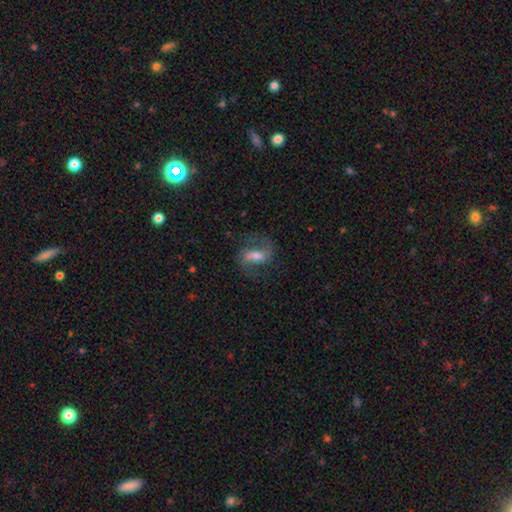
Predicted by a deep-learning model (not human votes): featured or disk 68%, smooth 22%, star or artifact 9%. Down the decision tree: edge-on disk — no (95%); bar — weak (45%); spiral arms — yes (90%); spiral arm count — 2 (88%); spiral winding — medium (48%); bulge size — moderate (51%); merging — none (70%).